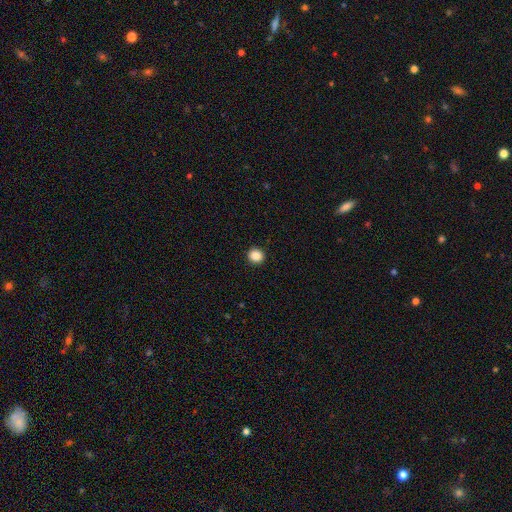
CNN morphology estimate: Overall: smooth (87%). How rounded: round (91%). Merging: none (93%).